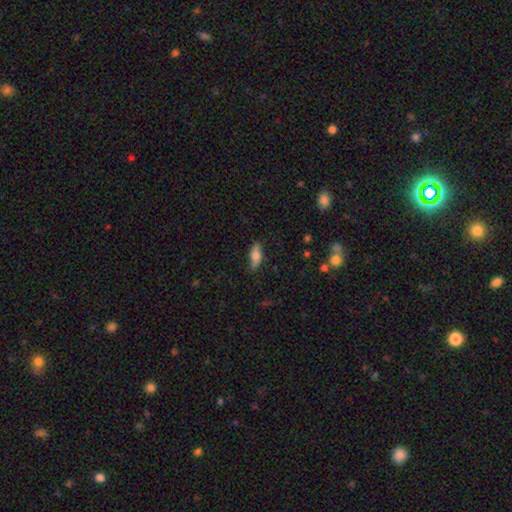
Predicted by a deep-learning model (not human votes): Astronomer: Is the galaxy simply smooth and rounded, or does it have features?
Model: smooth — 69%.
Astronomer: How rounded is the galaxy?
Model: in between — 70%.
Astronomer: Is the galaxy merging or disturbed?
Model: none — 82%.